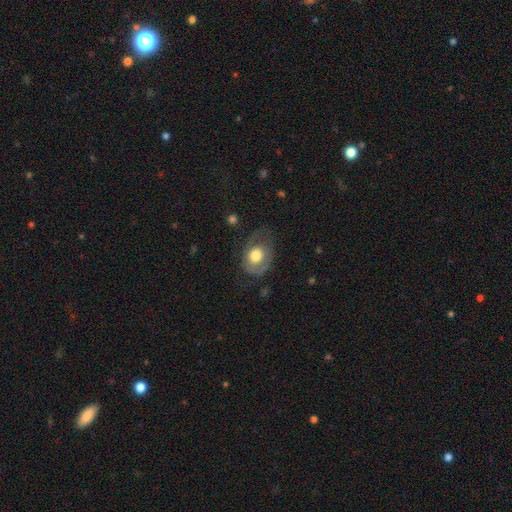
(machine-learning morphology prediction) A smooth galaxy with no disk features (50%). Merging: none (48%).